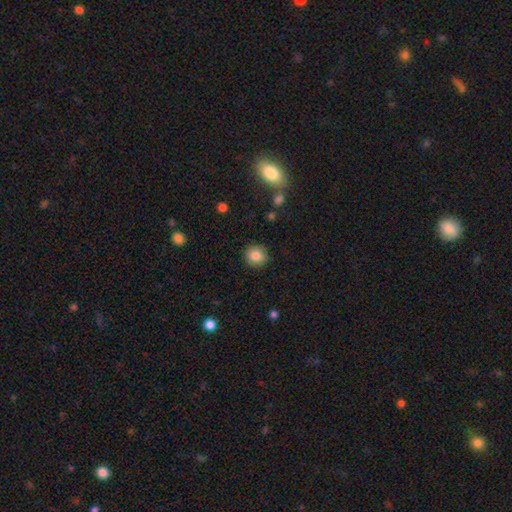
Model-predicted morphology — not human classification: Smooth or featured? smooth (83%)
How rounded? round (89%)
Merging? none (90%)